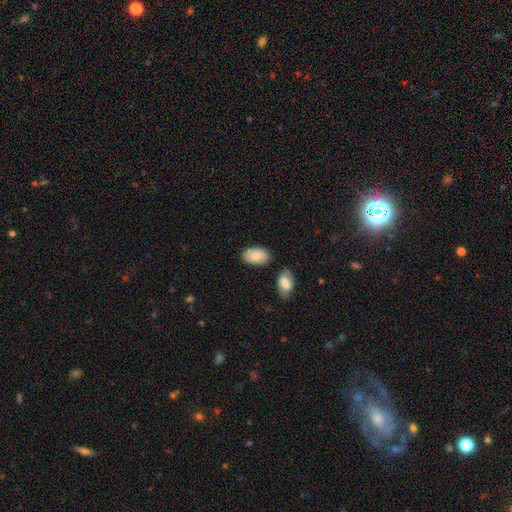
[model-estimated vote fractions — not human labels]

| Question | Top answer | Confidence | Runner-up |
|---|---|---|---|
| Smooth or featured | smooth | 84% | featured or disk (10%) |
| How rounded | in between | 94% | round (5%) |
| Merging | none | 76% | minor disturbance (14%) |